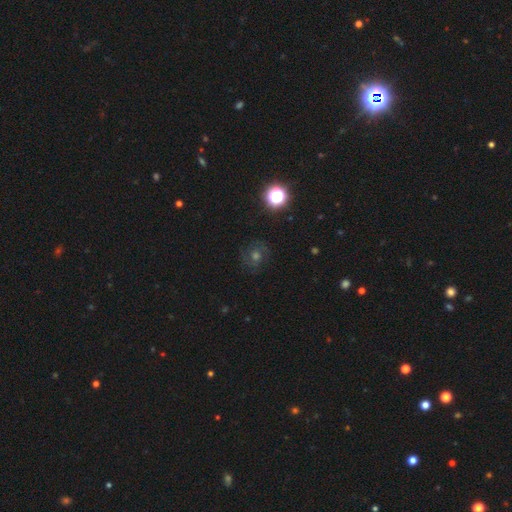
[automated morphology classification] Smooth or featured: star or artifact — 36% (smooth — 33%)